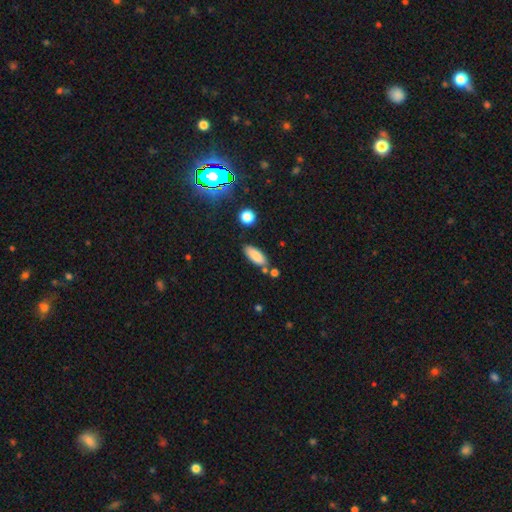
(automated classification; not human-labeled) A smooth galaxy with no disk features (84%) that is in between round and cigar-shaped (74%).

Vote fractions:
- Smooth or featured? smooth: 84% / star or artifact: 8% / featured or disk: 8%
- How rounded? in between: 74% / cigar-shaped: 24% / round: 2%
- Merging? none: 76% / minor disturbance: 13% / merger: 8% / major disturbance: 3%